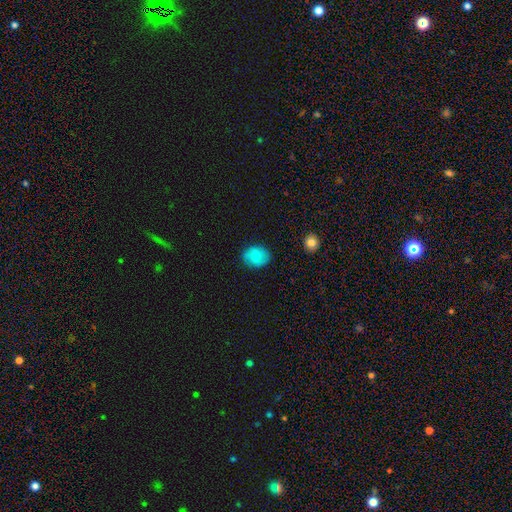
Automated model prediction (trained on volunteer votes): Smooth or featured? smooth (77%)
How rounded? round (56%)
Merging? none (84%)